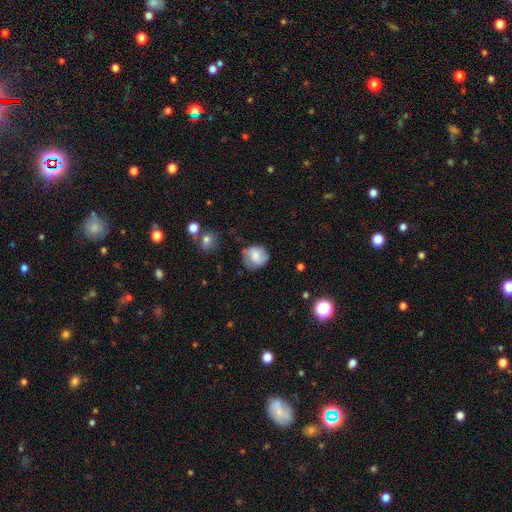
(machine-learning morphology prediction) This appears to be a smooth galaxy with no disk features (72%) that is round (81%). Merging: none (65%).